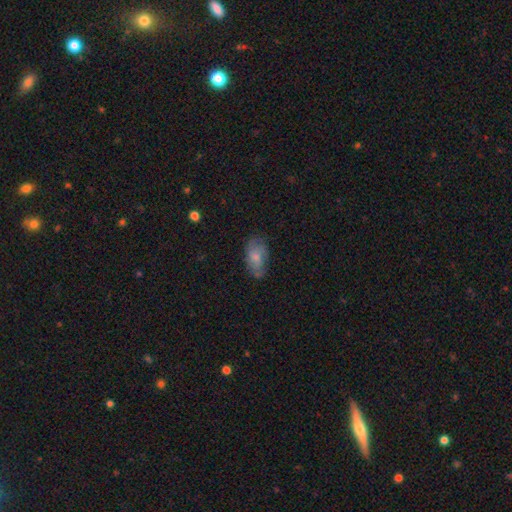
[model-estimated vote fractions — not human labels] The model was most divided on "smooth or featured": smooth: 63%, featured or disk: 29%, star or artifact: 8%. More confident: how rounded — in between (91%); merging — none (67%).